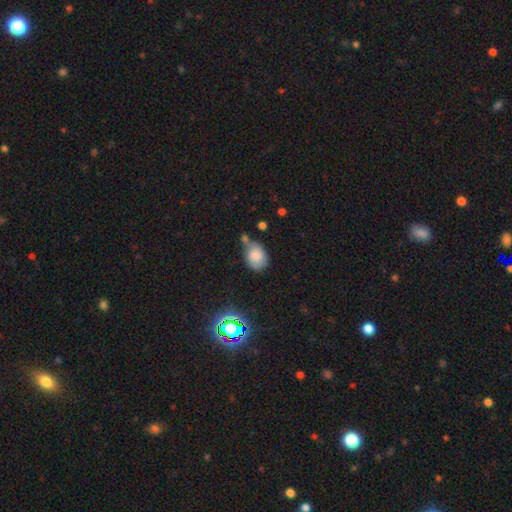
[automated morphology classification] Smooth or featured? Predicted: smooth (p=0.80). How rounded? Predicted: in between (p=0.65). Merging? Predicted: none (p=0.50).